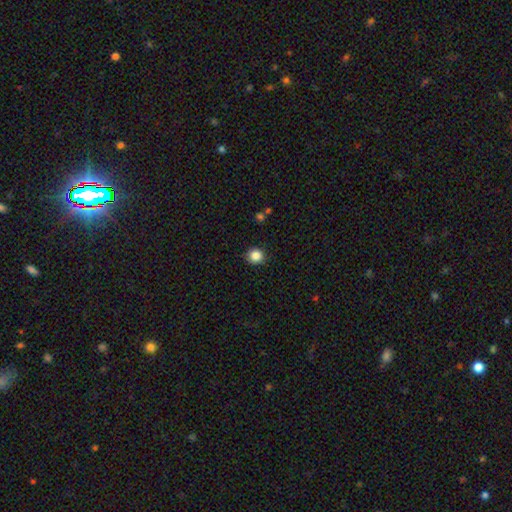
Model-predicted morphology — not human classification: This appears to be a smooth galaxy with no disk features (85%) that is round (90%). Merging: none (90%).